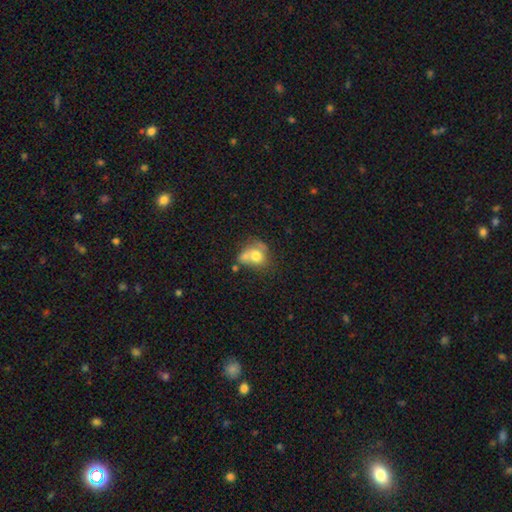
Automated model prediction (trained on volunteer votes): A smooth galaxy with no disk features (67%) that is round (57%).

Vote fractions:
- Smooth or featured? smooth: 67% / featured or disk: 22% / star or artifact: 10%
- How rounded? round: 57% / in between: 42% / cigar-shaped: 1%
- Merging? merger: 41% / none: 30% / minor disturbance: 17% / major disturbance: 12%